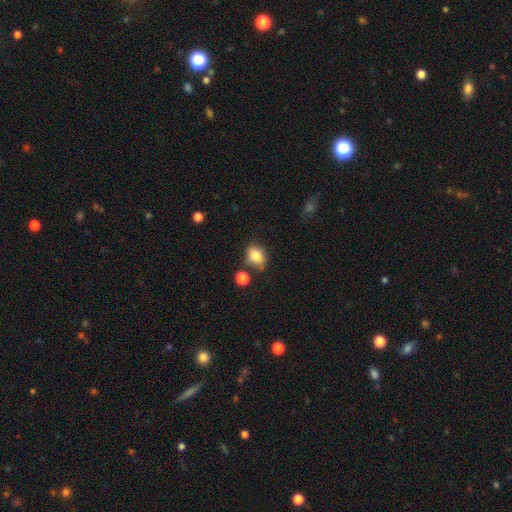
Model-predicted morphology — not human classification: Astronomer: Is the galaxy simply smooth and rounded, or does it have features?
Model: smooth — 81%.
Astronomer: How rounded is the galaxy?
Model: in between — 59% (runner-up: round, 39%).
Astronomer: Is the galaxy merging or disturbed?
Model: none — 60%.